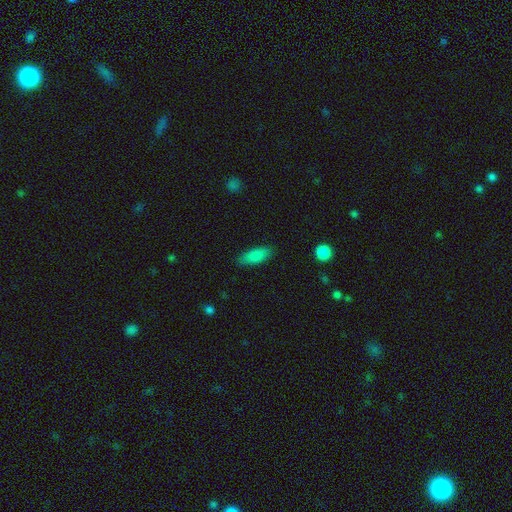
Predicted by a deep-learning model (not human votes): Smooth or featured?
  - smooth: 86% *
  - featured or disk: 7%
  - star or artifact: 7%
How rounded?
  - in between: 73% *
  - cigar-shaped: 25%
  - round: 2%
Merging?
  - none: 86% *
  - minor disturbance: 11%
  - major disturbance: 2%
  - merger: 1%